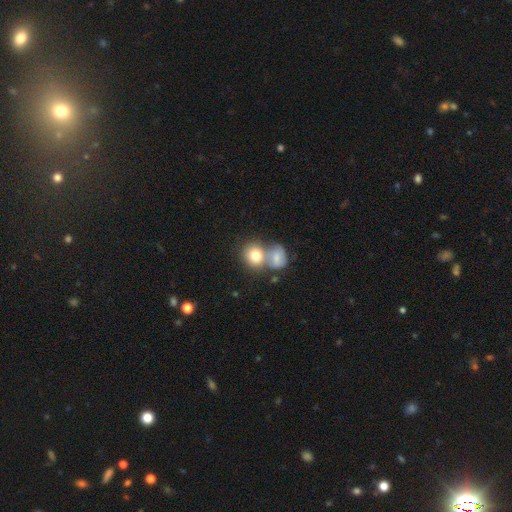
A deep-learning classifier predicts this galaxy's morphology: smooth_or_featured: smooth (p=0.79) [alt: featured or disk p=0.13]
how_rounded: round (p=0.71) [alt: in between p=0.28]
merging: merger (p=0.54) [alt: none p=0.34]